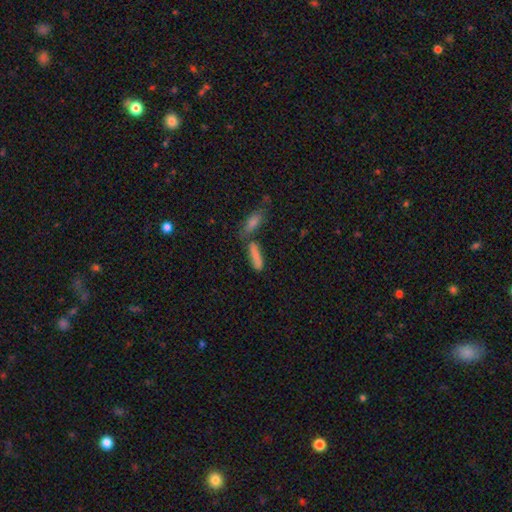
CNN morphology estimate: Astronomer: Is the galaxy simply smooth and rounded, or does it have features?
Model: smooth — 74%.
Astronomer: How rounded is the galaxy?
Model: cigar-shaped — 55% (runner-up: in between, 42%).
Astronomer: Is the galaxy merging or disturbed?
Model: none — 49% (runner-up: merger, 31%).